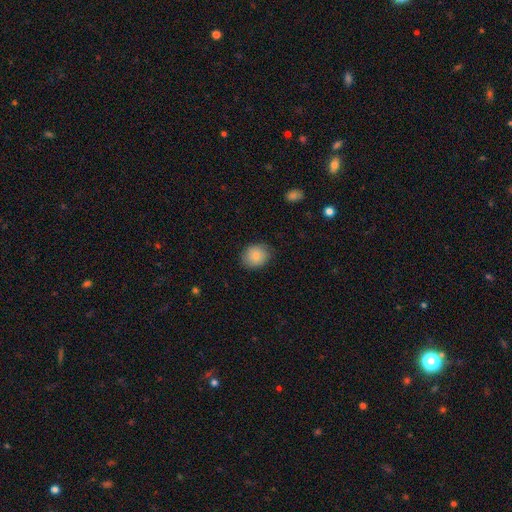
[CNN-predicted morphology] Smooth or featured? Predicted: smooth (p=0.84). How rounded? Predicted: round (p=0.66). Merging? Predicted: none (p=0.80).